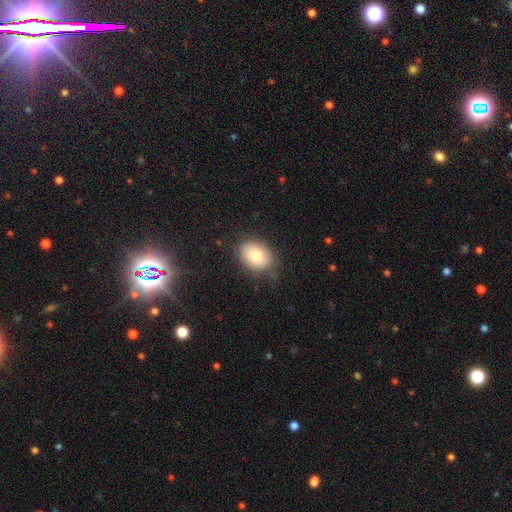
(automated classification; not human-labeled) A smooth galaxy with no disk features (81%) that is in between round and cigar-shaped (76%).

Vote fractions:
- Smooth or featured? smooth: 81% / featured or disk: 11% / star or artifact: 8%
- How rounded? in between: 76% / round: 23% / cigar-shaped: 1%
- Merging? none: 74% / minor disturbance: 19% / major disturbance: 5% / merger: 1%